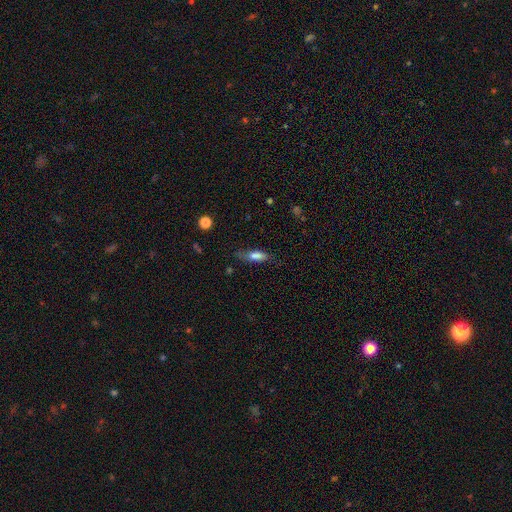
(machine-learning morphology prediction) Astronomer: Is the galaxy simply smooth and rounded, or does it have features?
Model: smooth — 72%.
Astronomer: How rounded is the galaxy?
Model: in between — 57% (runner-up: cigar-shaped, 40%).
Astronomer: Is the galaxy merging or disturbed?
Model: none — 59%.